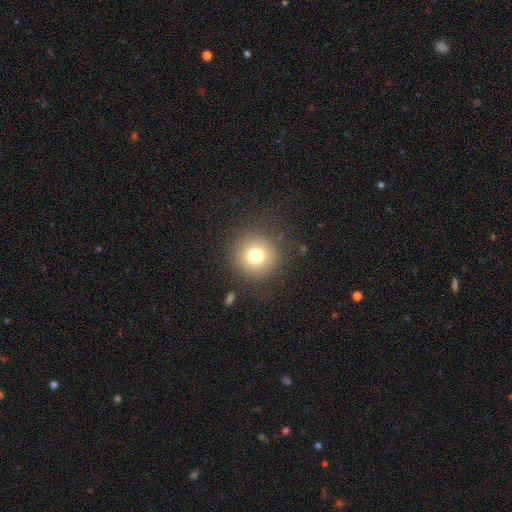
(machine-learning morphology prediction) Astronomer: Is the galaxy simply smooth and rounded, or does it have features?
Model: smooth — 75%.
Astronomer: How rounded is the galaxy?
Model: round — 95%.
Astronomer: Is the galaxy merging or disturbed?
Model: none — 86%.